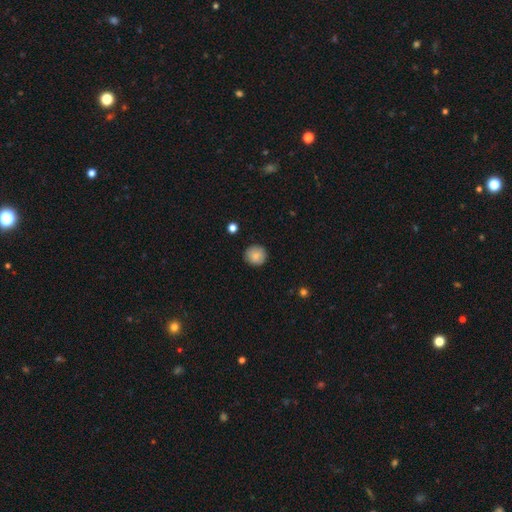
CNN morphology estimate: smooth_or_featured: smooth (p=0.85) [alt: star or artifact p=0.08]
how_rounded: round (p=0.94) [alt: in between p=0.05]
merging: none (p=0.89) [alt: minor disturbance p=0.08]